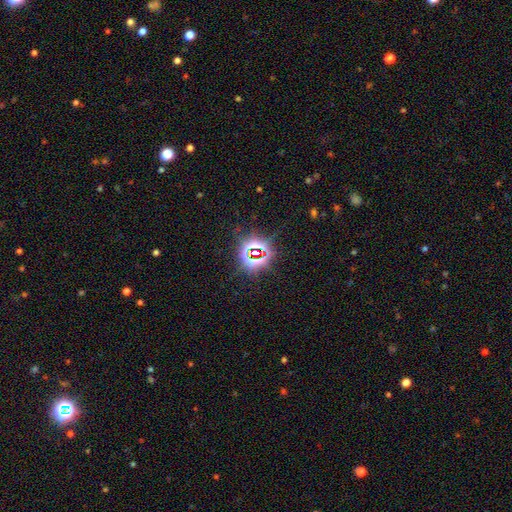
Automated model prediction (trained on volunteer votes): Smooth or featured: star or artifact — 81% (smooth — 11%)